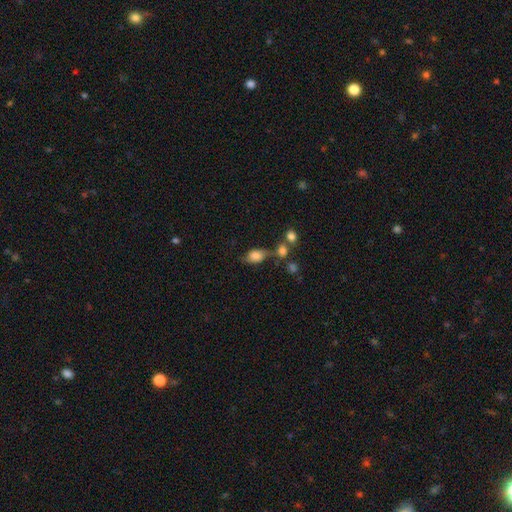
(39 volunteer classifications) Smooth or featured?
  - smooth: 85% *
  - featured or disk: 10%
  - star or artifact: 5%
How rounded?
  - in between: 76% *
  - round: 24%
  - cigar-shaped: 0%
Merging?
  - merger: 54% *
  - minor disturbance: 27%
  - major disturbance: 11%
  - none: 8%